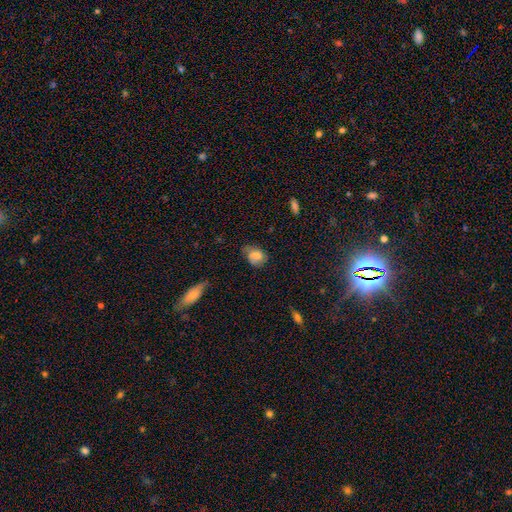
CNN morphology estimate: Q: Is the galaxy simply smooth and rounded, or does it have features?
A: smooth — 71%.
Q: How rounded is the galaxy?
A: in between — 73%.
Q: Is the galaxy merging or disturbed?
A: none — 50%.